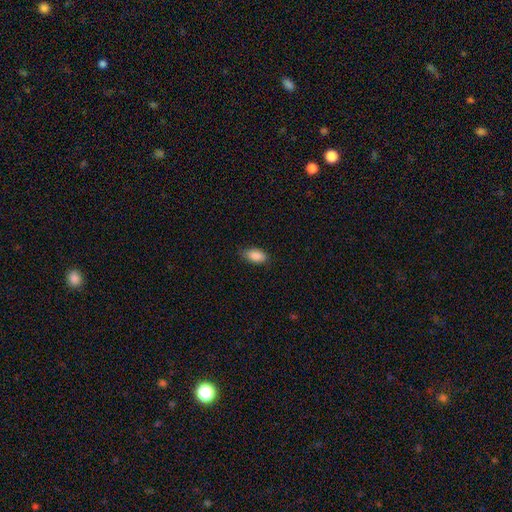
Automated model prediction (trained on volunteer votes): smooth-or-featured: smooth: 88% | star or artifact: 7% | featured or disk: 5%
  how-rounded: in between: 92% | round: 4% | cigar-shaped: 4%
  merging: none: 79% | minor disturbance: 17% | major disturbance: 3% | merger: 1%